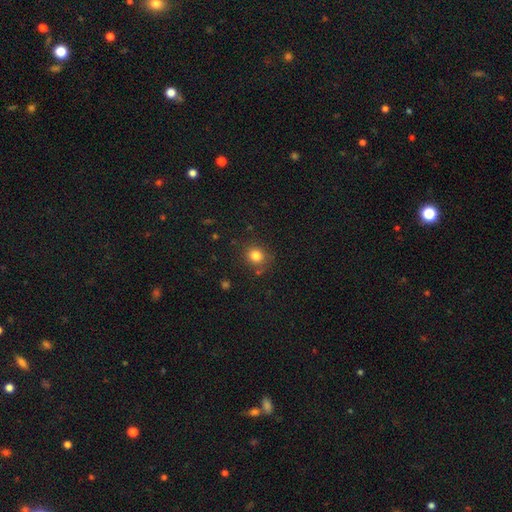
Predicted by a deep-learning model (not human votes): smooth_or_featured: smooth (p=0.81) [alt: star or artifact p=0.13]
how_rounded: round (p=0.85) [alt: in between p=0.14]
merging: none (p=0.82) [alt: minor disturbance p=0.11]